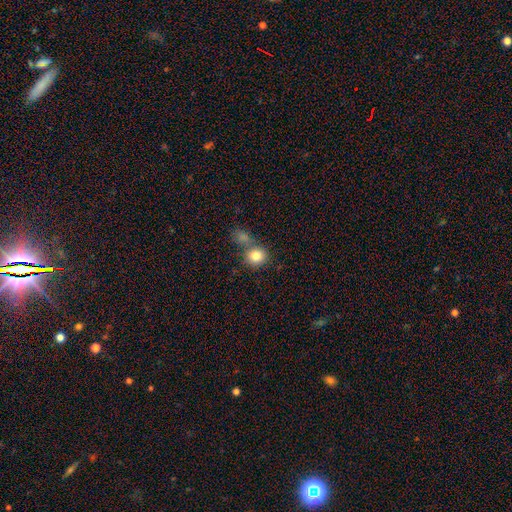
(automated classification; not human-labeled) This is clearly a smooth galaxy (82%). How rounded: clearly round (82%). Merging: likely none (61%).